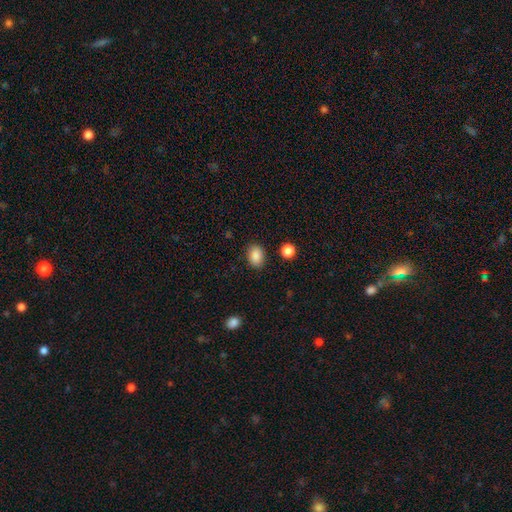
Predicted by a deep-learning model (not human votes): smooth 88%, star or artifact 8%, featured or disk 4%. Down the decision tree: how rounded — in between (70%); merging — none (86%).